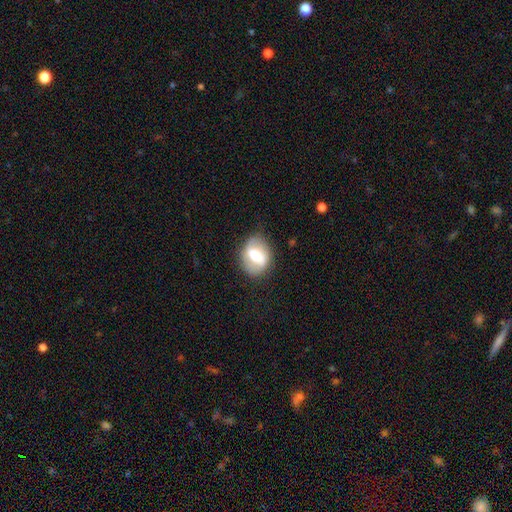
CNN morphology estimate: This is possibly a smooth galaxy (49%). Merging: likely none (74%).